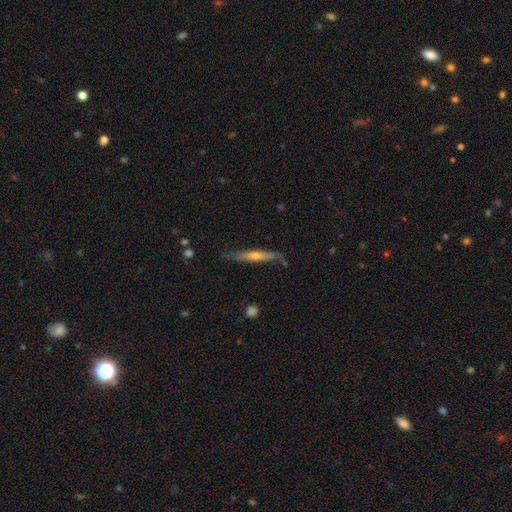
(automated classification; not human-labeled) smooth-or-featured: featured or disk: 69% | smooth: 24% | star or artifact: 7%
  disk-edge-on: yes: 88% | no: 12%
    edge-on-bulge: rounded: 76% | none: 19% | boxy: 5%
  merging: none: 74% | minor disturbance: 20% | major disturbance: 5% | merger: 2%